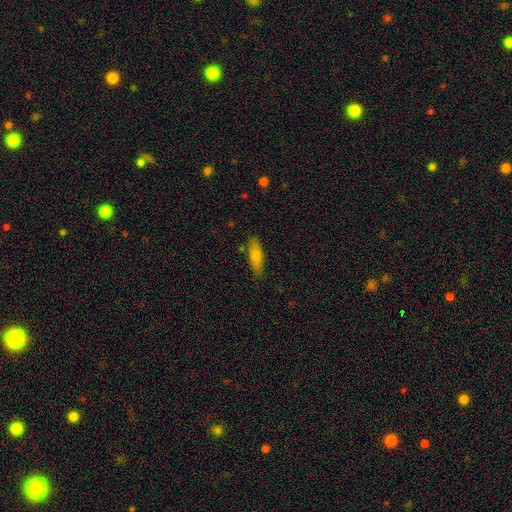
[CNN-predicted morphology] A smooth galaxy with no disk features (71%) that is cigar-shaped (50%). Merging: none (85%).